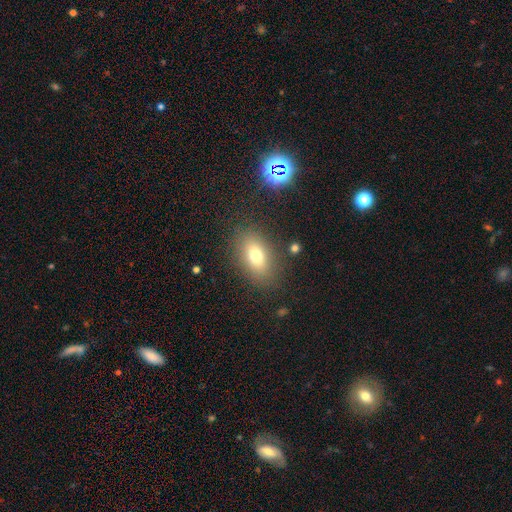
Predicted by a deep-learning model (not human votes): Smooth or featured?
  - smooth: 73% *
  - featured or disk: 15%
  - star or artifact: 12%
How rounded?
  - in between: 84% *
  - round: 12%
  - cigar-shaped: 4%
Merging?
  - none: 83% *
  - minor disturbance: 10%
  - major disturbance: 4%
  - merger: 2%